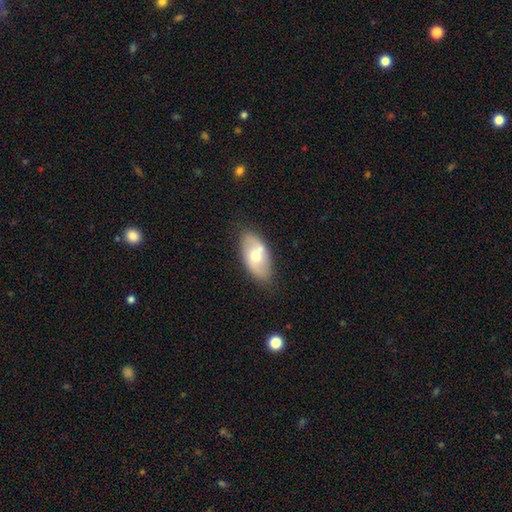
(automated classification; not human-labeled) Smooth or featured? Predicted: smooth (p=0.51). How rounded? Predicted: in between (p=0.92). Merging? Predicted: none (p=0.73).